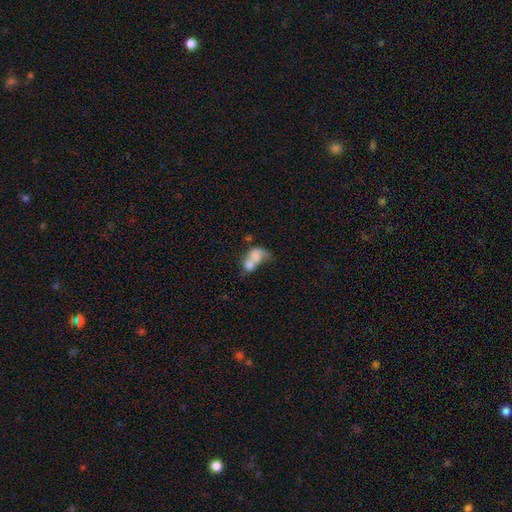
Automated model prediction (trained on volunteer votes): smooth_or_featured: smooth (p=0.62) [alt: featured or disk p=0.28]
how_rounded: in between (p=0.74) [alt: round p=0.24]
merging: merger (p=0.68) [alt: major disturbance p=0.14]